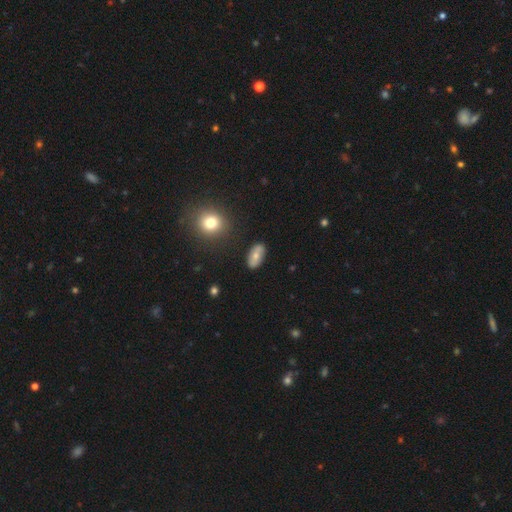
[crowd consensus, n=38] Volunteers were most divided on "smooth or featured": featured or disk: 53%, smooth: 45%, star or artifact: 3%. More confident: merging — none (89%); bar — no (71%); edge-on disk — no (70%); bulge size — small (64%); spiral arms — no (57%).